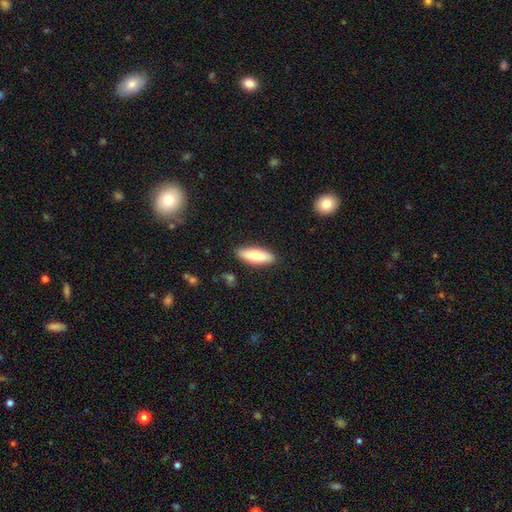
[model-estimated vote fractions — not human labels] Q: Smooth or featured?
A: smooth (72%); runner-up: featured or disk (22%)
Q: How rounded?
A: in between (53%); runner-up: cigar-shaped (45%)
Q: Merging?
A: none (88%); runner-up: minor disturbance (8%)